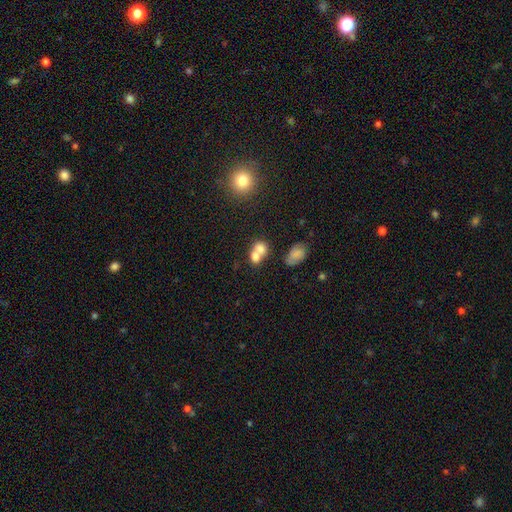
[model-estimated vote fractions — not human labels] Smooth or featured? Predicted: smooth (p=0.71). How rounded? Predicted: round (p=0.51). Merging? Predicted: merger (p=0.66).